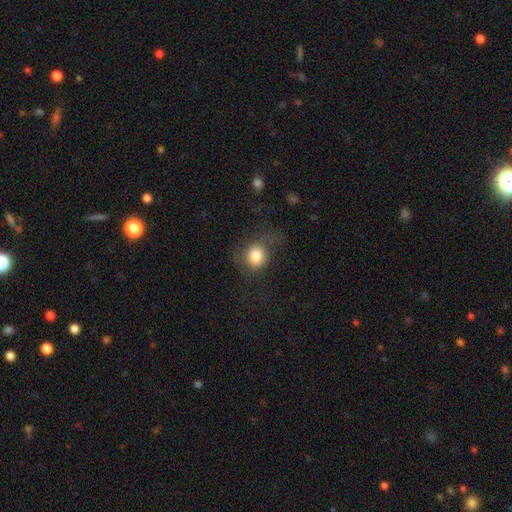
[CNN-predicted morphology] A smooth galaxy with no disk features (81%) that is round (75%). Merging: none (53%).